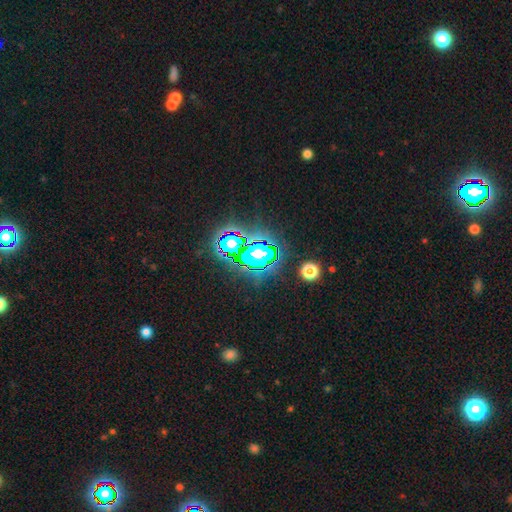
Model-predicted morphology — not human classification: A star or artifact, not a galaxy (79%).

Vote fractions:
- Smooth or featured? star or artifact: 79% / smooth: 12% / featured or disk: 8%